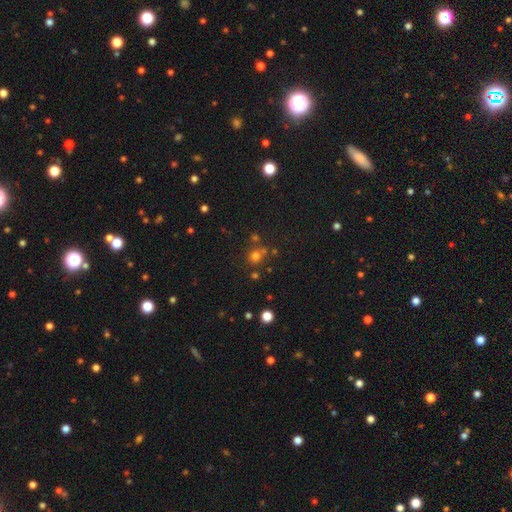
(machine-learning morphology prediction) A smooth galaxy with no disk features (68%) that is round (88%).

Vote fractions:
- Smooth or featured? smooth: 68% / star or artifact: 23% / featured or disk: 9%
- How rounded? round: 88% / in between: 11% / cigar-shaped: 1%
- Merging? none: 69% / merger: 18% / minor disturbance: 10% / major disturbance: 4%